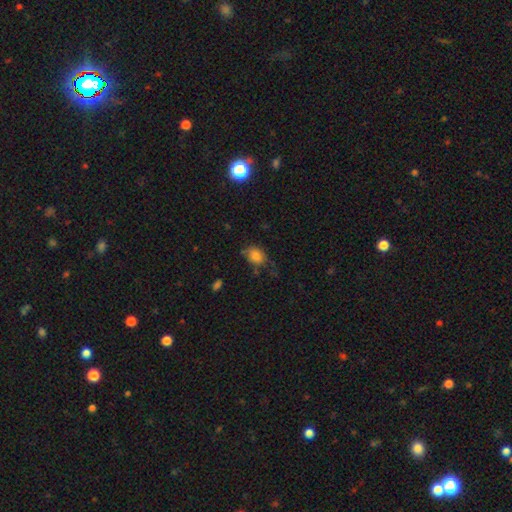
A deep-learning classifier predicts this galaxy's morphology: Smooth or featured? smooth (82%)
How rounded? in between (66%)
Merging? none (62%)